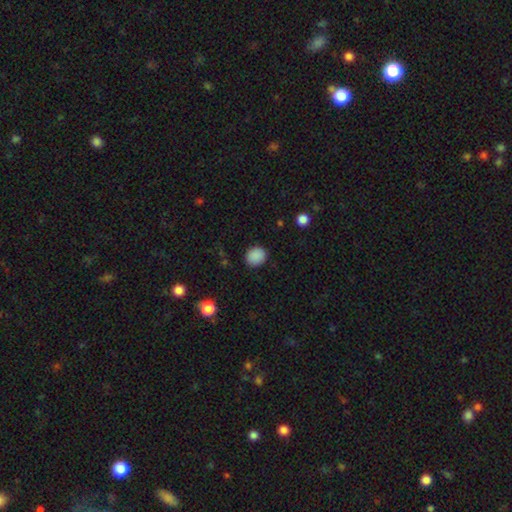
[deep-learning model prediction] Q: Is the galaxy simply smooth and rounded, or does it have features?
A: smooth — 88%.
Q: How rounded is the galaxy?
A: round — 72%.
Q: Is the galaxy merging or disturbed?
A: none — 88%.